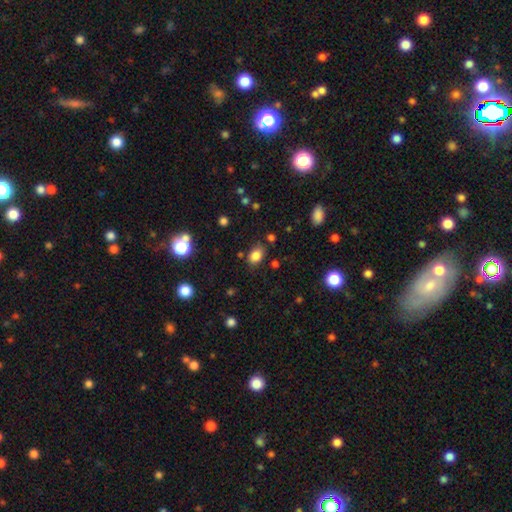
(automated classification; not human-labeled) This is clearly a smooth galaxy (82%). How rounded: likely in between (76%). Merging: likely none (76%).